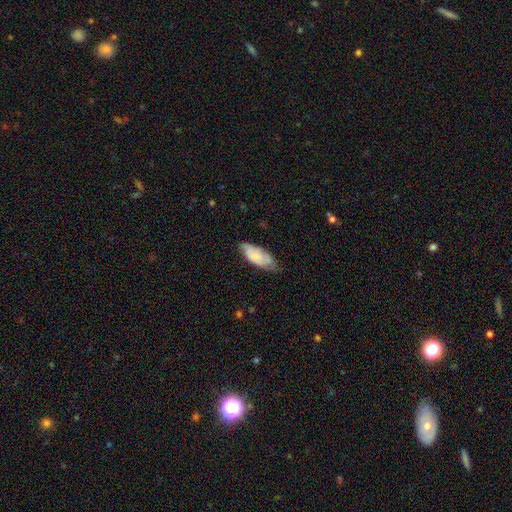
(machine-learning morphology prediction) Smooth or featured?
  - smooth: 69% *
  - featured or disk: 24%
  - star or artifact: 7%
How rounded?
  - in between: 85% *
  - cigar-shaped: 13%
  - round: 2%
Merging?
  - none: 56% *
  - minor disturbance: 34%
  - major disturbance: 8%
  - merger: 2%